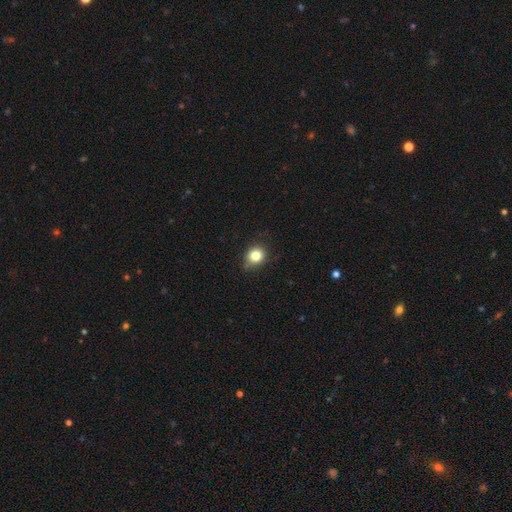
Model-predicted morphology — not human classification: Smooth or featured? Predicted: smooth (p=0.81). How rounded? Predicted: round (p=0.77). Merging? Predicted: none (p=0.78).